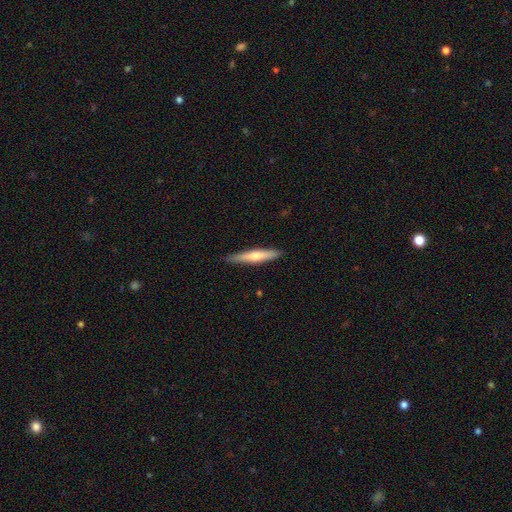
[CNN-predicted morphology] smooth-or-featured: smooth: 52% | featured or disk: 42% | star or artifact: 6%
  how-rounded: cigar-shaped: 92% | in between: 7% | round: 1%
  merging: none: 89% | minor disturbance: 8% | major disturbance: 2% | merger: 1%